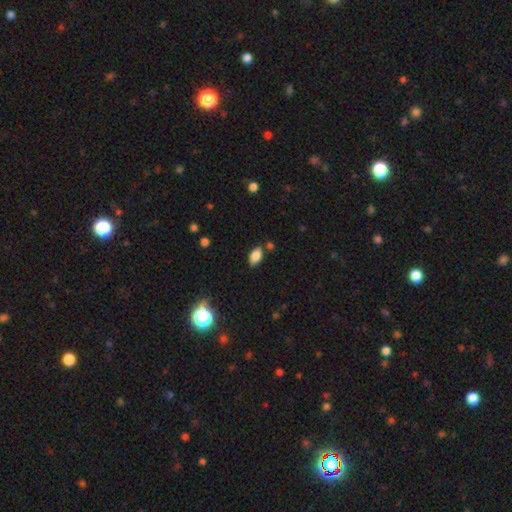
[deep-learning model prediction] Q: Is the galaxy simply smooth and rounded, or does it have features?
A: smooth — 83%.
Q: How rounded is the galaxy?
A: in between — 92%.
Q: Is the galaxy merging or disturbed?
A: none — 80%.